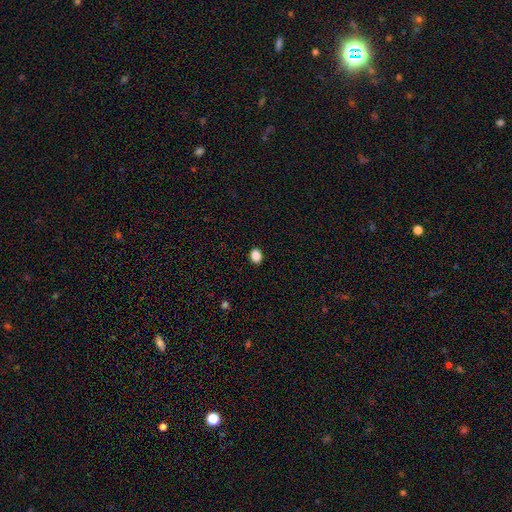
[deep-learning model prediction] Overall: smooth (87%). How rounded: in between (56%; round 43%). Merging: none (91%).